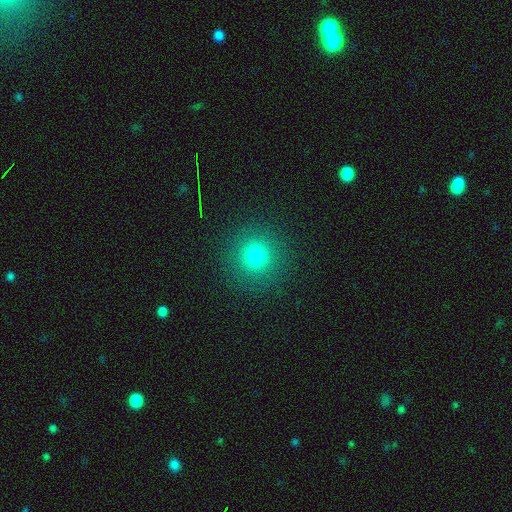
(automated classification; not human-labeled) Smooth or featured? smooth (76%)
How rounded? round (94%)
Merging? none (90%)